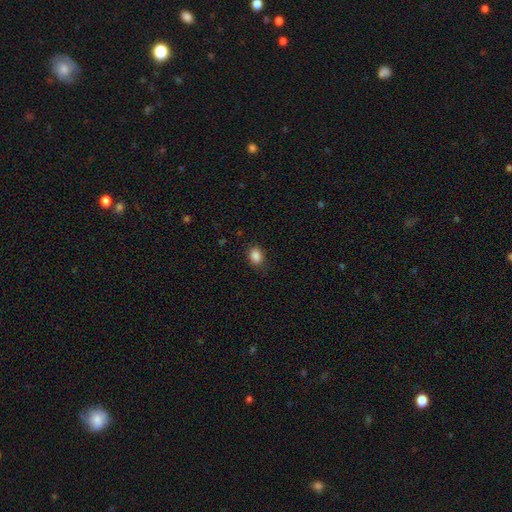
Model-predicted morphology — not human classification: smooth-or-featured: smooth: 87% | star or artifact: 10% | featured or disk: 4%
  how-rounded: in between: 66% | round: 33% | cigar-shaped: 1%
  merging: none: 81% | minor disturbance: 14% | major disturbance: 3% | merger: 1%